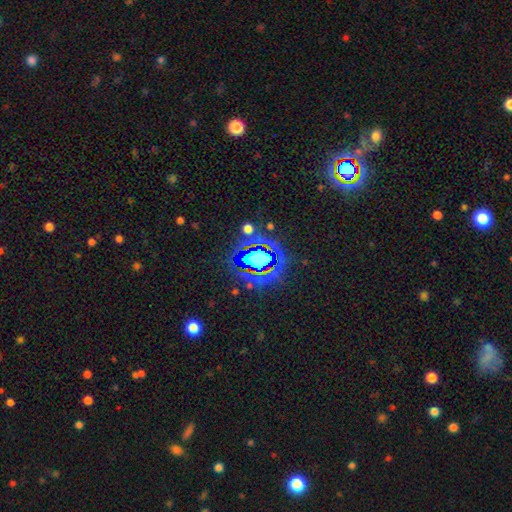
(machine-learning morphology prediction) Overall: star or artifact (62%; smooth 24%).